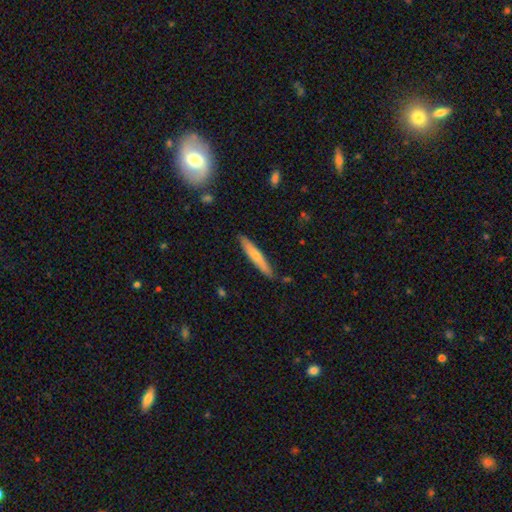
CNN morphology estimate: A smooth galaxy with no disk features (62%) that is cigar-shaped (92%). Merging: none (86%).